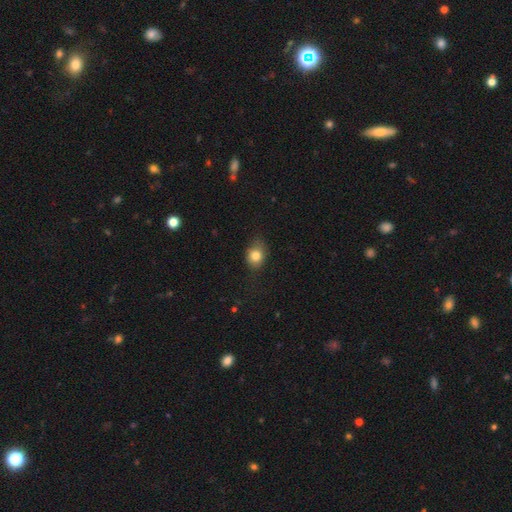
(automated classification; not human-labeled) smooth_or_featured: smooth (p=0.81) [alt: star or artifact p=0.10]
how_rounded: round (p=0.50) [alt: in between p=0.49]
merging: none (p=0.66) [alt: minor disturbance p=0.25]